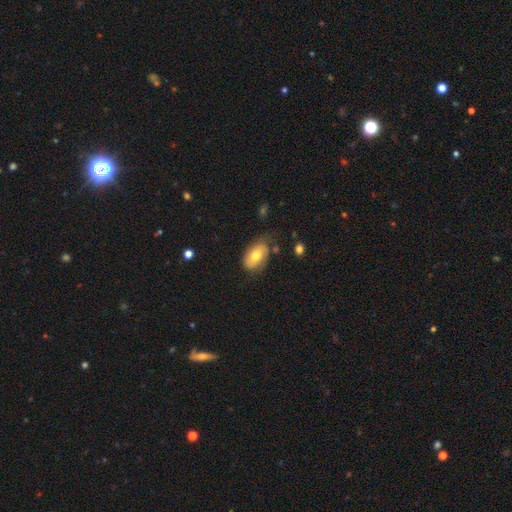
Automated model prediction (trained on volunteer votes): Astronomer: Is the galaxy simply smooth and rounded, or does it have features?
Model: smooth — 63%.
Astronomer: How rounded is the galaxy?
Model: in between — 90%.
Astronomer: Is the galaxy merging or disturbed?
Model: none — 62%.